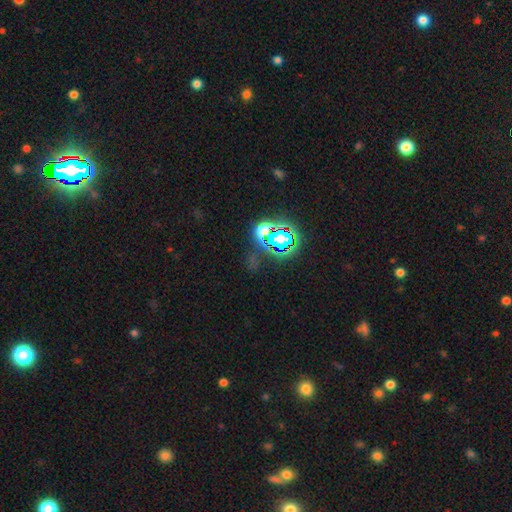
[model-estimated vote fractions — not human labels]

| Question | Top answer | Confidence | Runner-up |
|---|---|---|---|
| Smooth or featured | star or artifact | 76% | smooth (15%) |